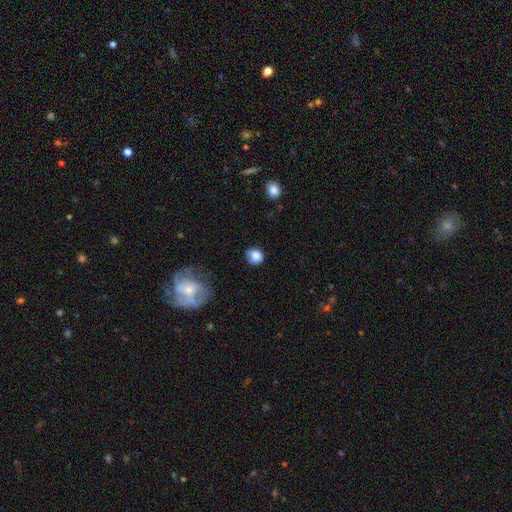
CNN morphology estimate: Smooth or featured?
  - smooth: 82% *
  - featured or disk: 9%
  - star or artifact: 9%
How rounded?
  - round: 71% *
  - in between: 28%
  - cigar-shaped: 1%
Merging?
  - none: 66% *
  - minor disturbance: 24%
  - major disturbance: 7%
  - merger: 2%